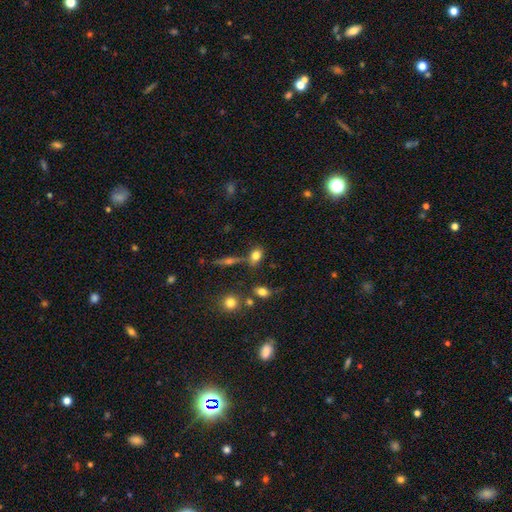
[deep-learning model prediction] Smooth or featured? Predicted: smooth (p=0.75). How rounded? Predicted: in between (p=0.64). Merging? Predicted: none (p=0.65).